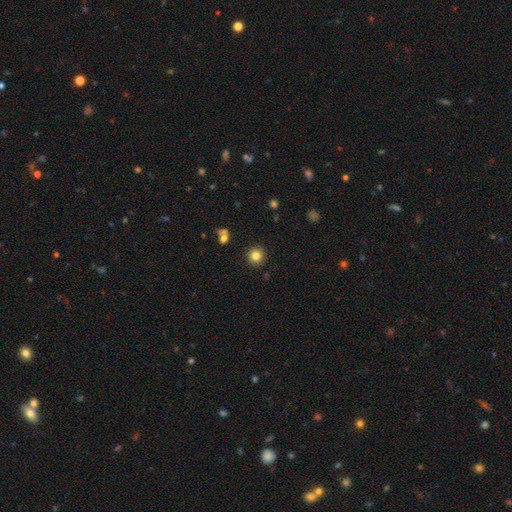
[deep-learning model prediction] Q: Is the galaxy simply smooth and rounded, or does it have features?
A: smooth — 82%.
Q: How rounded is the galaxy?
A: round — 95%.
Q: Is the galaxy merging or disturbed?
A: none — 91%.